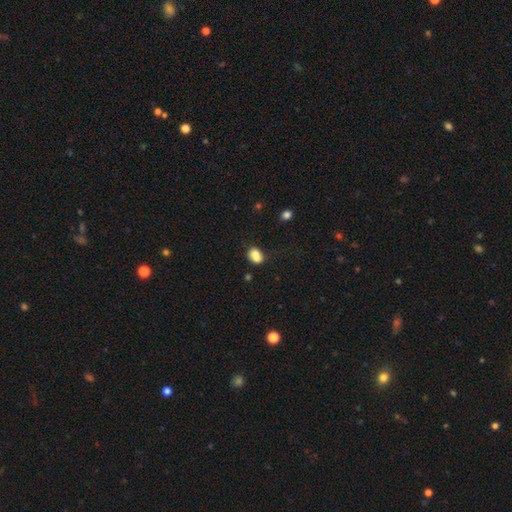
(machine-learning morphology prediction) A smooth galaxy with no disk features (82%) that is in between round and cigar-shaped (65%).

Vote fractions:
- Smooth or featured? smooth: 82% / star or artifact: 10% / featured or disk: 8%
- How rounded? in between: 65% / round: 34% / cigar-shaped: 1%
- Merging? none: 56% / minor disturbance: 20% / merger: 18% / major disturbance: 6%